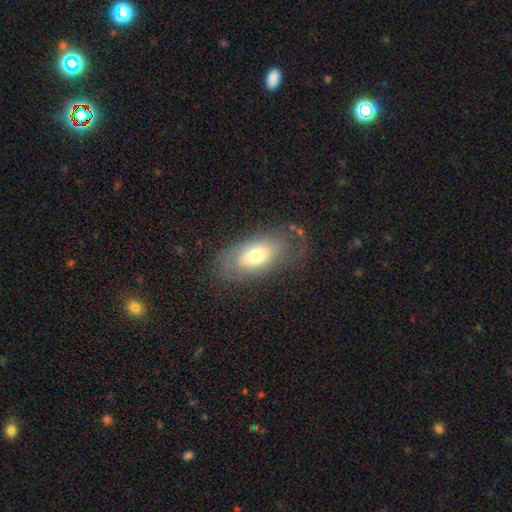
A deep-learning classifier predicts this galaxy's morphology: smooth 59%, featured or disk 32%, star or artifact 9%. Down the decision tree: how rounded — in between (90%); merging — none (72%).